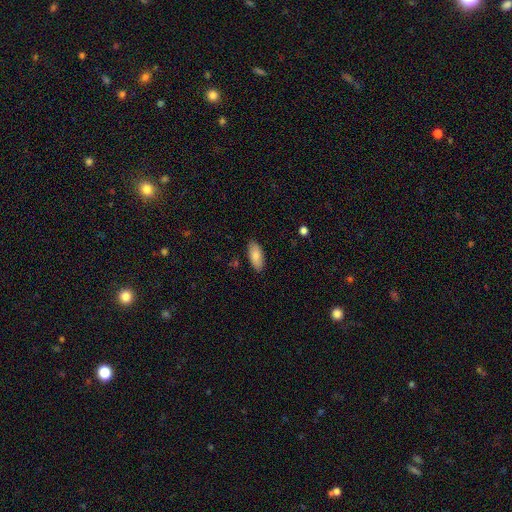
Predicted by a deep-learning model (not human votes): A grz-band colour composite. It shows a smooth galaxy with no disk features (83%) that is in between round and cigar-shaped (87%). Merging: none (87%).